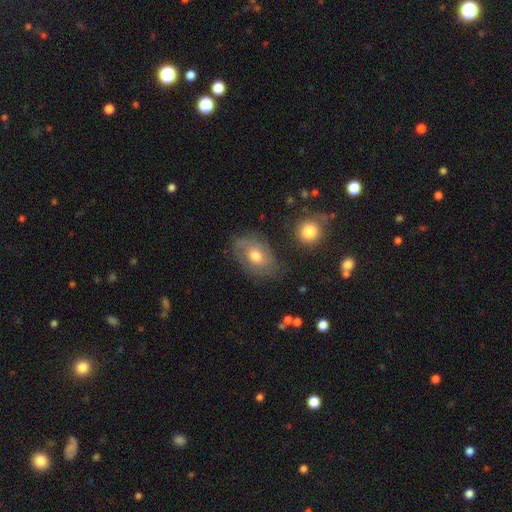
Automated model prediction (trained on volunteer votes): smooth_or_featured: featured or disk (p=0.48) [alt: smooth p=0.42]
merging: none (p=0.64) [alt: minor disturbance p=0.23]